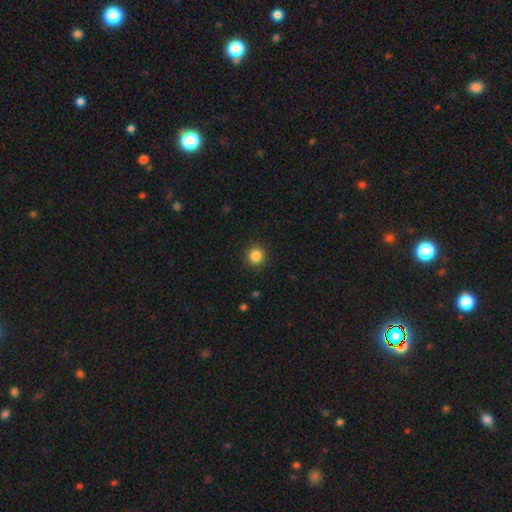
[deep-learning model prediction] Overall: smooth (86%). How rounded: round (93%). Merging: none (91%).